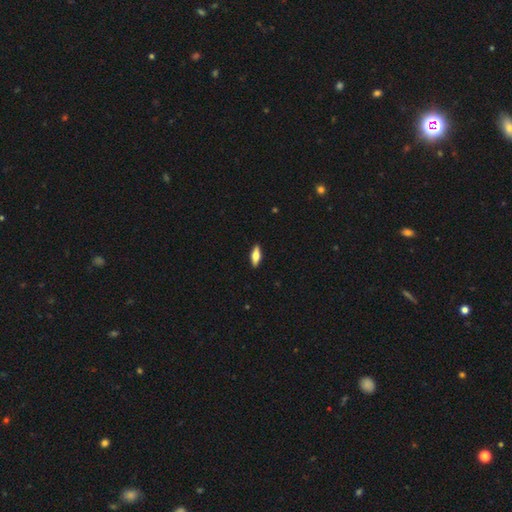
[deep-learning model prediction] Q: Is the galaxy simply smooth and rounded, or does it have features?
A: smooth — 63%.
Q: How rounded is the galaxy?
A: in between — 63%.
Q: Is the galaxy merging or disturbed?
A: none — 90%.